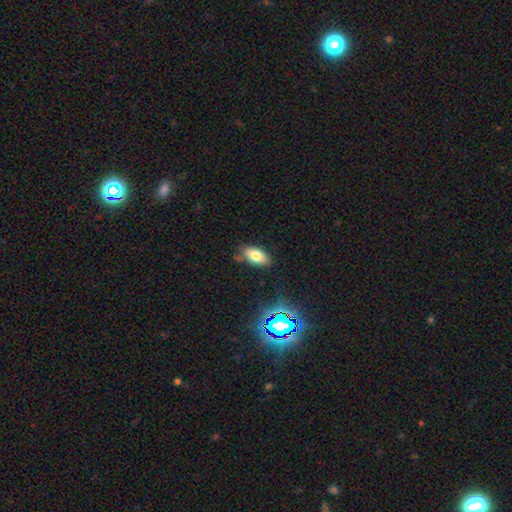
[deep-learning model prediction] Q: Smooth or featured?
A: smooth (77%); runner-up: star or artifact (12%)
Q: How rounded?
A: in between (91%); runner-up: cigar-shaped (5%)
Q: Merging?
A: none (76%); runner-up: minor disturbance (17%)